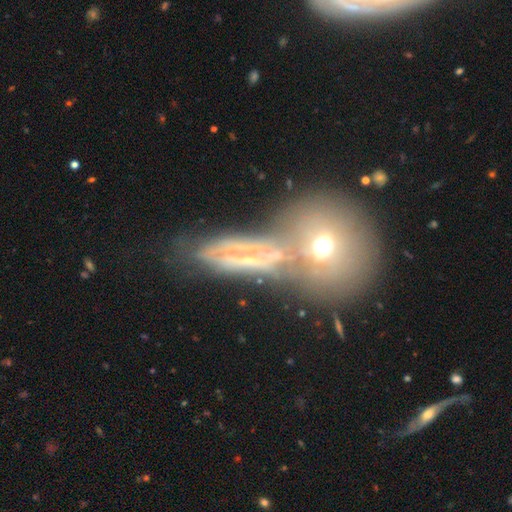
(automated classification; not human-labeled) Overall: featured or disk (62%; smooth 23%). Edge-on disk: no (81%). Bar: no (53%; weak 33%). Spiral arms: yes (76%). Bulge size: small (59%; moderate 31%). Merging: none (47%; merger 30%).